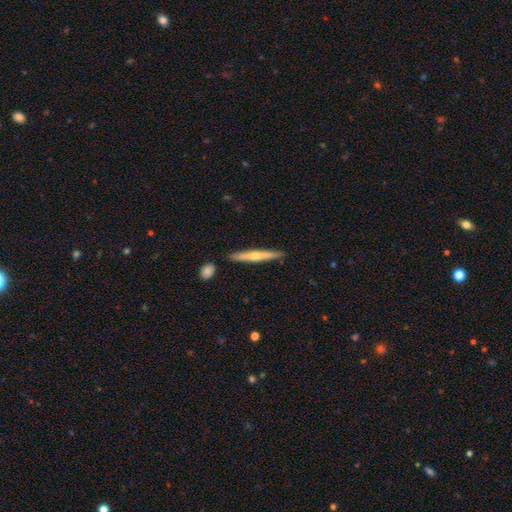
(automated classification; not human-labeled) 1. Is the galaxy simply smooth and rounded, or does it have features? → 49% featured or disk, 45% smooth, 6% star or artifact.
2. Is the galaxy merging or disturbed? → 89% none, 8% minor disturbance, 3% merger, 1% major disturbance.